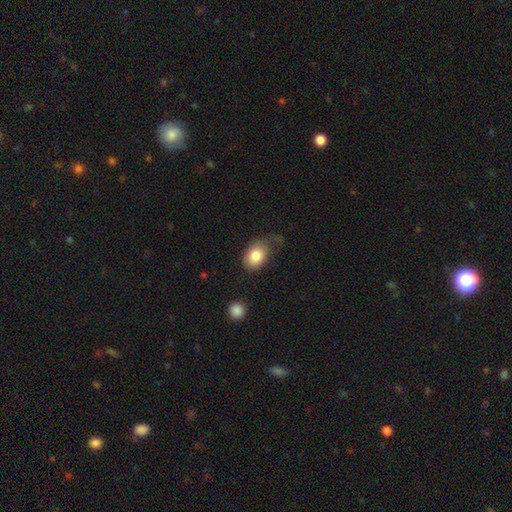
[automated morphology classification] Smooth or featured? Predicted: smooth (p=0.82). How rounded? Predicted: in between (p=0.72). Merging? Predicted: none (p=0.41).